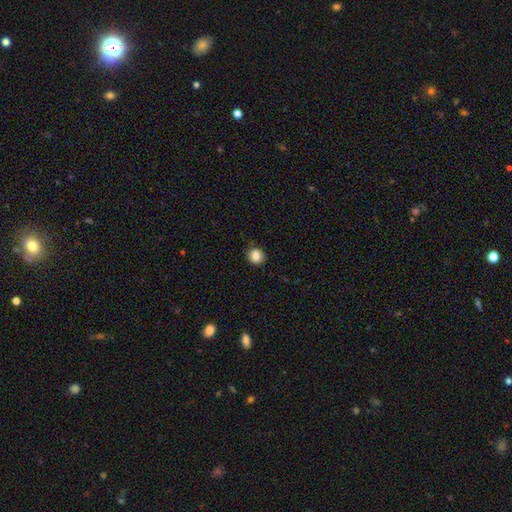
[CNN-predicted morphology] A smooth galaxy with no disk features (82%) that is round (63%). Merging: none (78%).